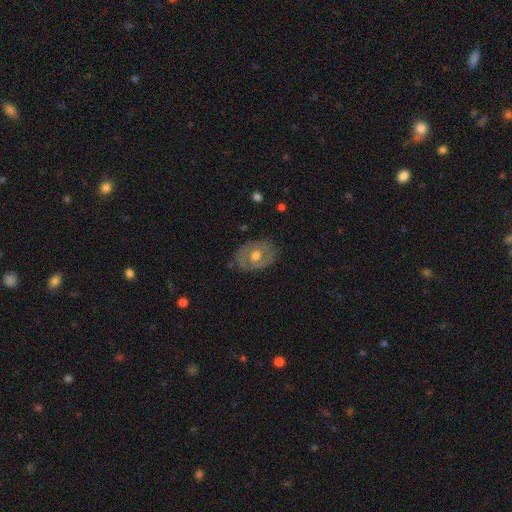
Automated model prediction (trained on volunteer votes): A featured or disk galaxy (59%) with no bar (68%), no spiral arms (56%) and a moderate central bulge (77%). Merging: none (76%).